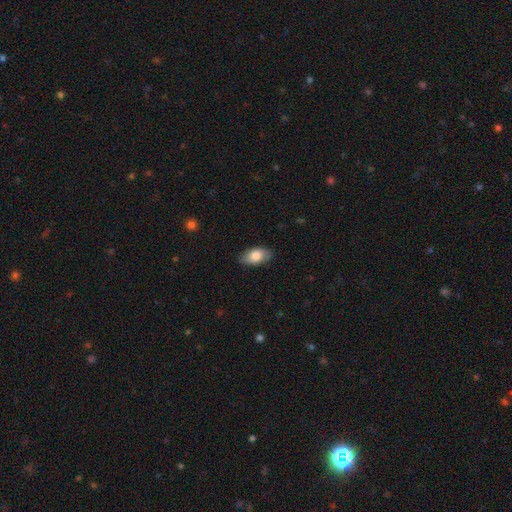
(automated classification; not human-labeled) smooth_or_featured: smooth (p=0.82) [alt: featured or disk p=0.12]
how_rounded: in between (p=0.92) [alt: round p=0.05]
merging: none (p=0.85) [alt: minor disturbance p=0.12]